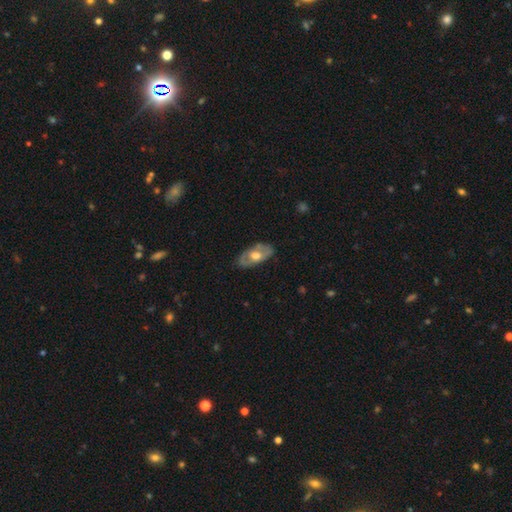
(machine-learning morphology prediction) Smooth or featured? featured or disk (55%)
Edge-on disk? no (84%)
Merging? none (78%)